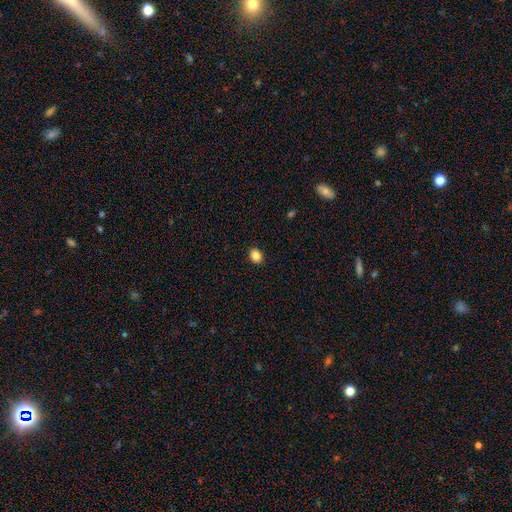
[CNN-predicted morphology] This is clearly a smooth galaxy (86%). How rounded: possibly in between (59%). Merging: clearly none (90%).